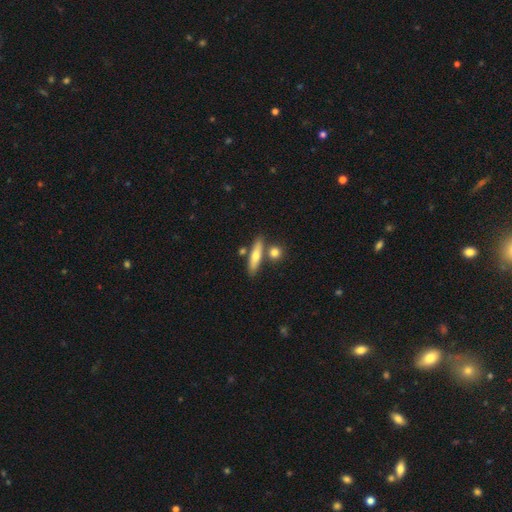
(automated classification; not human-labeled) This is likely a smooth galaxy (64%). How rounded: likely cigar-shaped (74%). Merging: likely none (71%).